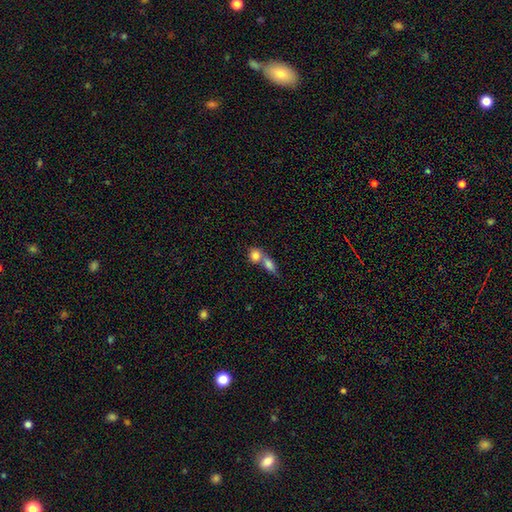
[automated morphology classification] Smooth or featured? smooth (80%)
How rounded? round (58%)
Merging? merger (65%)